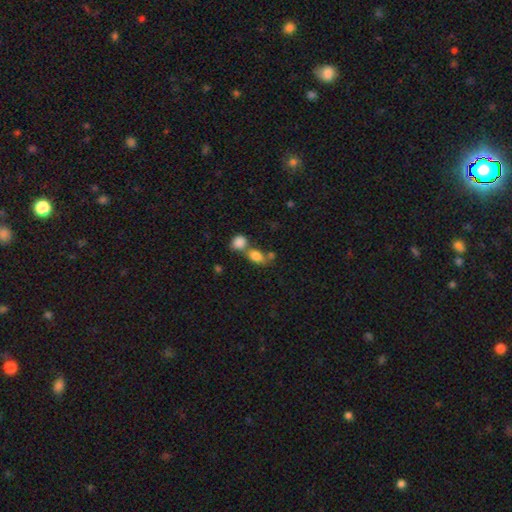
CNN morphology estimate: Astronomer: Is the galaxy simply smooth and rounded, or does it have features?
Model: smooth — 81%.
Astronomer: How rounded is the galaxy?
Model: in between — 70%.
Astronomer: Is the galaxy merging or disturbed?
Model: merger — 48% (runner-up: none, 37%).